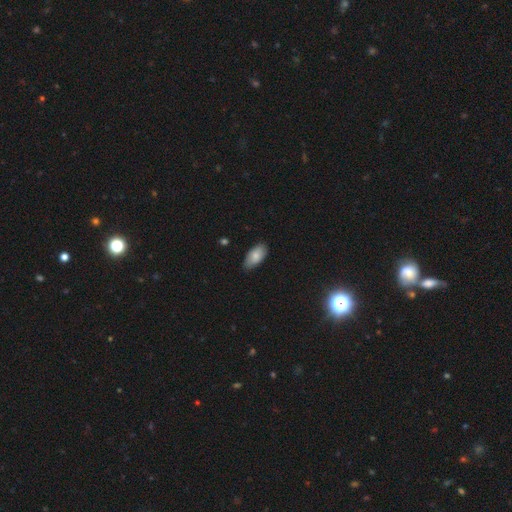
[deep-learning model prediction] Smooth or featured? Predicted: smooth (p=0.81). How rounded? Predicted: in between (p=0.93). Merging? Predicted: none (p=0.77).